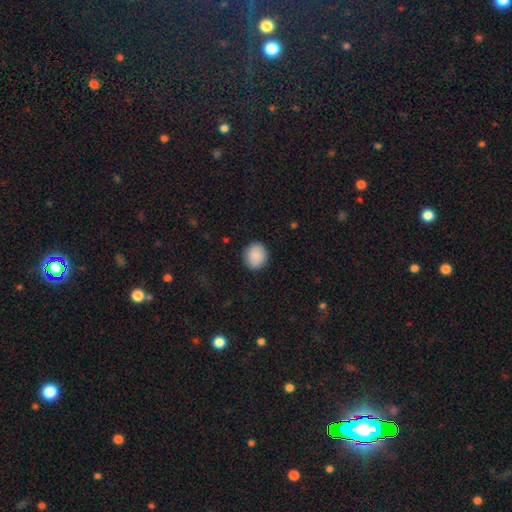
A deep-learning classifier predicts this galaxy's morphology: Overall: smooth (90%). How rounded: round (80%). Merging: none (89%).